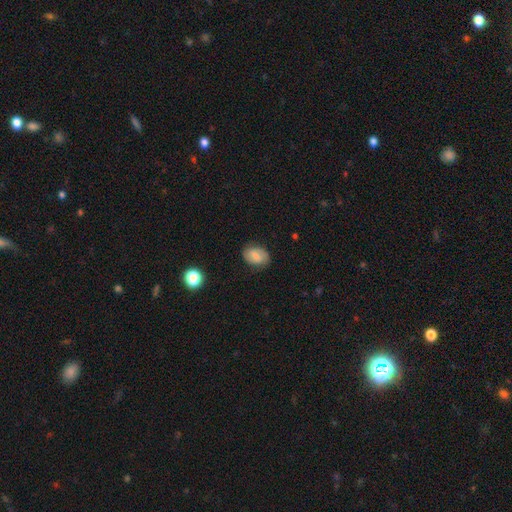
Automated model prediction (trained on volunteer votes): smooth-or-featured: smooth: 71% | featured or disk: 21% | star or artifact: 8%
  how-rounded: in between: 79% | round: 19% | cigar-shaped: 1%
  merging: none: 80% | minor disturbance: 15% | major disturbance: 4% | merger: 1%